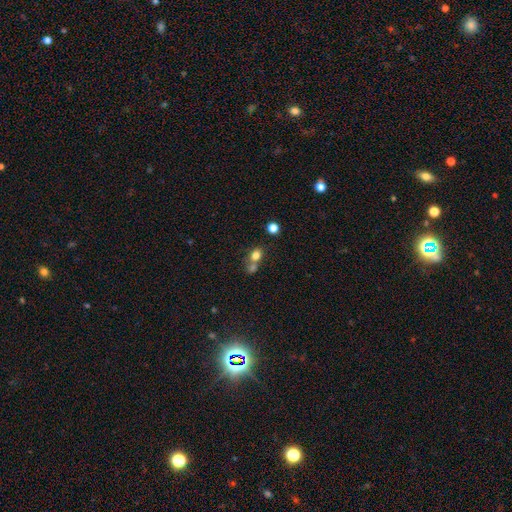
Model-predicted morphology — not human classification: A smooth galaxy with no disk features (76%) that is round (56%). Merging: merger (46%).